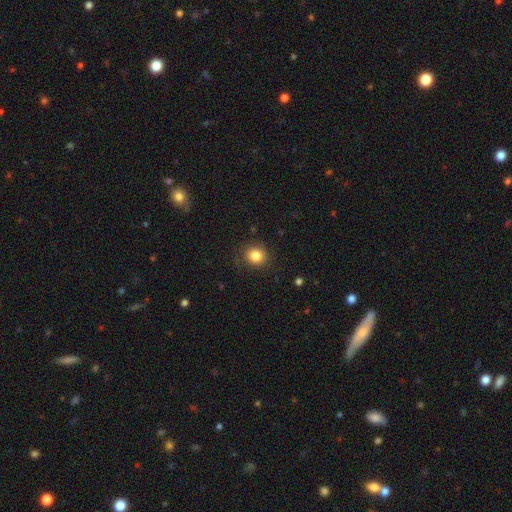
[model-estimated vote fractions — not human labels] Q: Smooth or featured?
A: smooth (84%); runner-up: star or artifact (11%)
Q: How rounded?
A: round (85%); runner-up: in between (14%)
Q: Merging?
A: none (86%); runner-up: minor disturbance (10%)